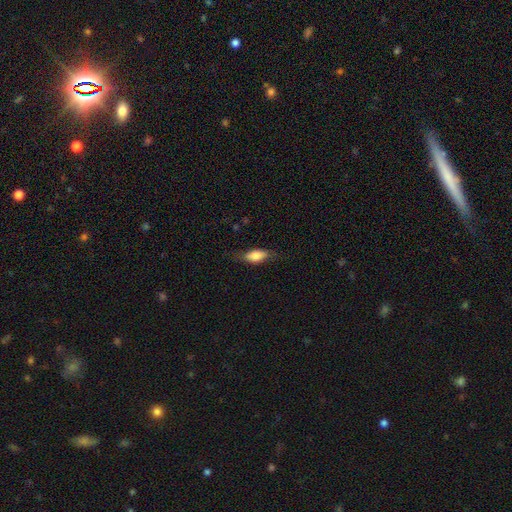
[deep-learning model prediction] smooth 75%, featured or disk 18%, star or artifact 7%. Down the decision tree: how rounded — in between (77%); merging — none (72%).